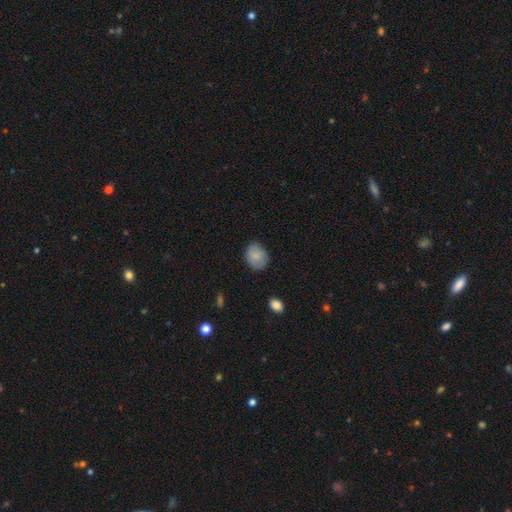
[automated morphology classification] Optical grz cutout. It shows a smooth galaxy with no disk features (81%) that is round (50%). Merging: none (78%).